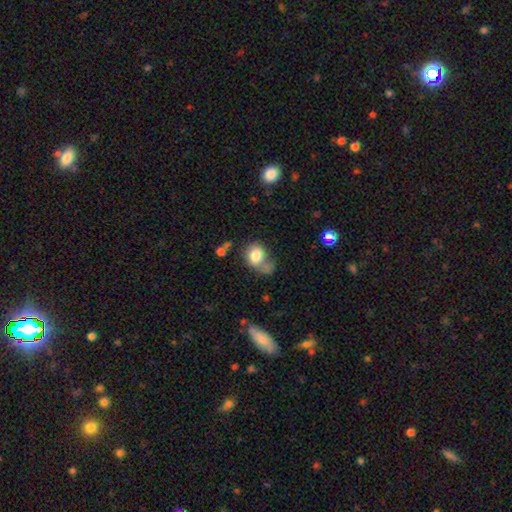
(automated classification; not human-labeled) Smooth or featured? smooth (79%)
How rounded? in between (57%)
Merging? none (34%)